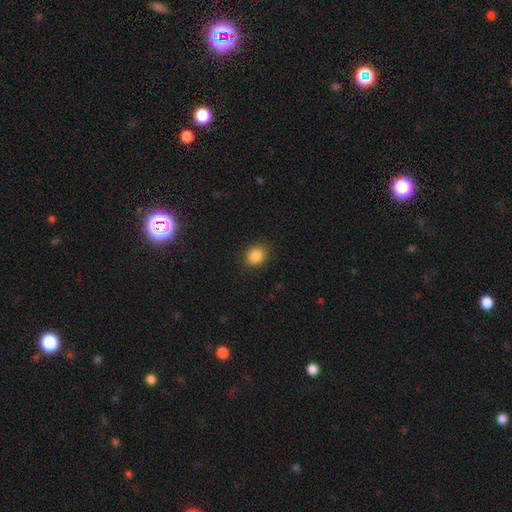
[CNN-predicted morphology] Smooth or featured? Predicted: smooth (p=0.86). How rounded? Predicted: round (p=0.62). Merging? Predicted: none (p=0.88).